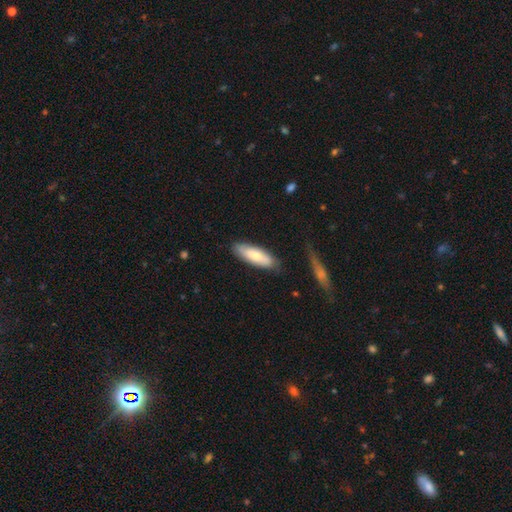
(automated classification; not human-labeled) Smooth or featured? smooth (69%)
How rounded? in between (59%)
Merging? none (79%)